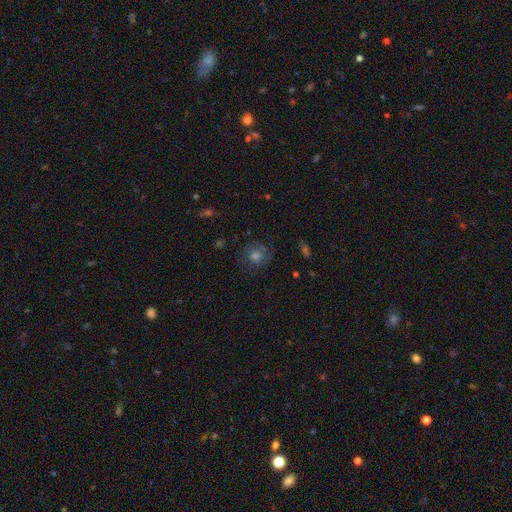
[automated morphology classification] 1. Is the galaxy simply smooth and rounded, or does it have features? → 51% smooth, 26% star or artifact, 23% featured or disk.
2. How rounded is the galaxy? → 87% round, 12% in between, 1% cigar-shaped.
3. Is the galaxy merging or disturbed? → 78% none, 13% minor disturbance, 7% major disturbance, 2% merger.